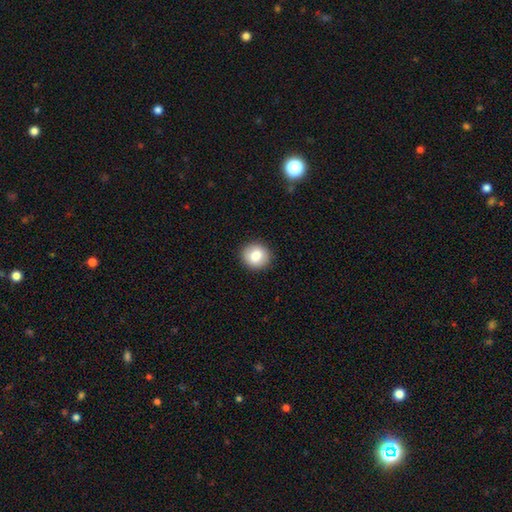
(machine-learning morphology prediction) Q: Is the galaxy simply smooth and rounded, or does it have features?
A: smooth — 83%.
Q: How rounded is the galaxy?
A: round — 88%.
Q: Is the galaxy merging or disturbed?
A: none — 91%.